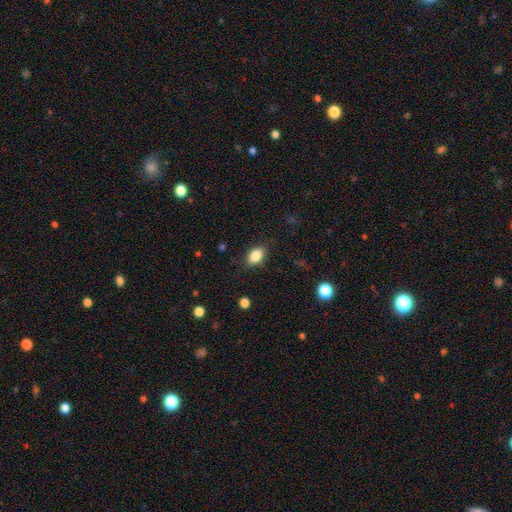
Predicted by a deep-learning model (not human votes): Q: Smooth or featured?
A: smooth (85%); runner-up: star or artifact (8%)
Q: How rounded?
A: in between (86%); runner-up: round (12%)
Q: Merging?
A: none (84%); runner-up: minor disturbance (12%)